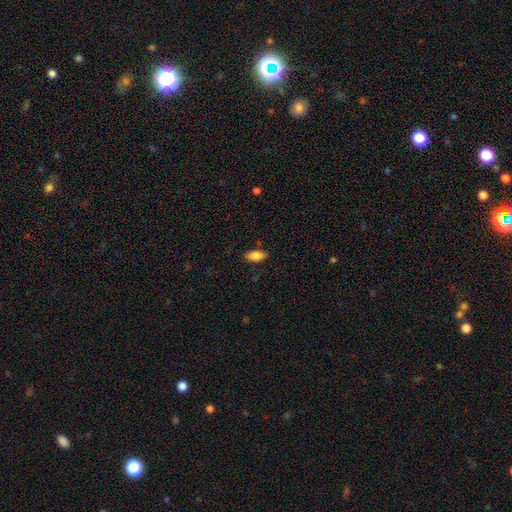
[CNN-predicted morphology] Smooth or featured? smooth (86%)
How rounded? in between (89%)
Merging? none (86%)